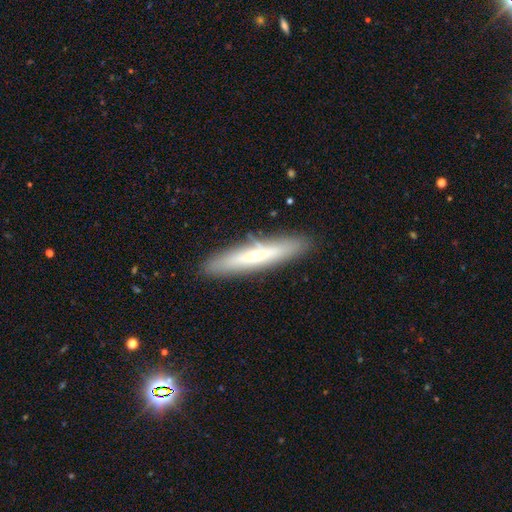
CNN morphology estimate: The model was most divided on "smooth or featured": smooth: 47%, featured or disk: 46%, star or artifact: 7%. More confident: merging — none (87%).